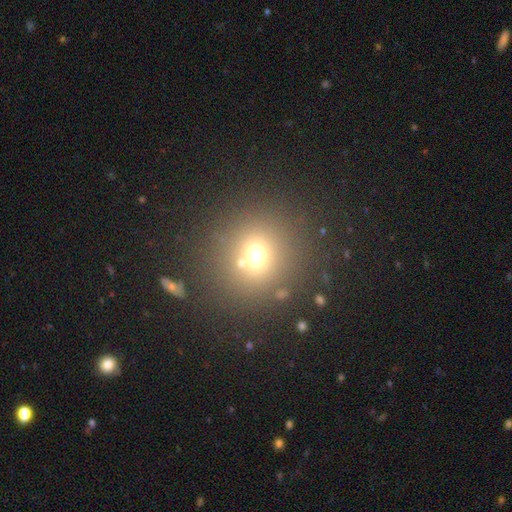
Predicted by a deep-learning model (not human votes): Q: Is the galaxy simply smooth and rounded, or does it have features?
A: smooth — 66%.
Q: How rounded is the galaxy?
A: round — 86%.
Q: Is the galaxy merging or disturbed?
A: none — 74%.